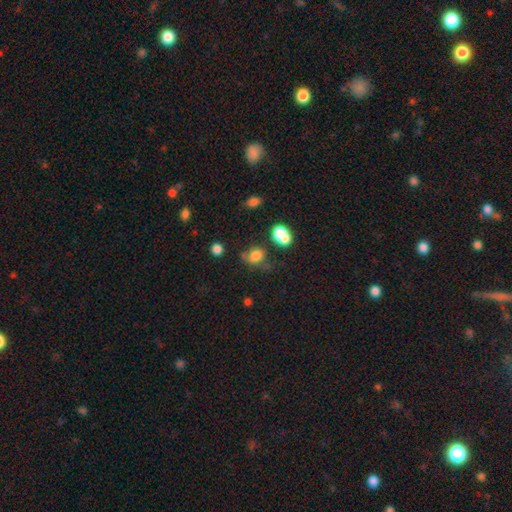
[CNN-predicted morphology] Smooth or featured? smooth (75%)
How rounded? round (52%)
Merging? none (48%)